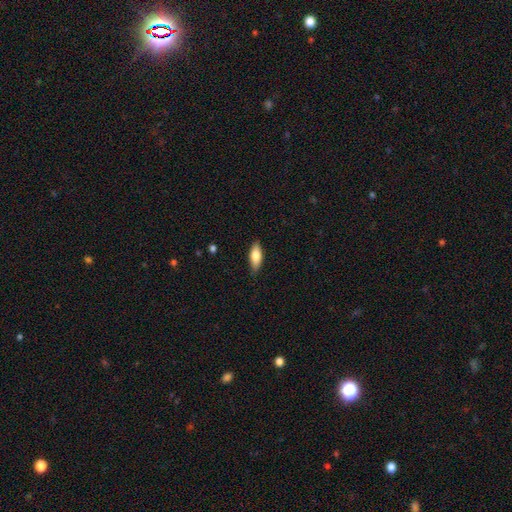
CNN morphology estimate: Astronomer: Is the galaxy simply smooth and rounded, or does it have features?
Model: smooth — 77%.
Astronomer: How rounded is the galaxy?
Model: in between — 73%.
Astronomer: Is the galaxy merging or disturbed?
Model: none — 83%.